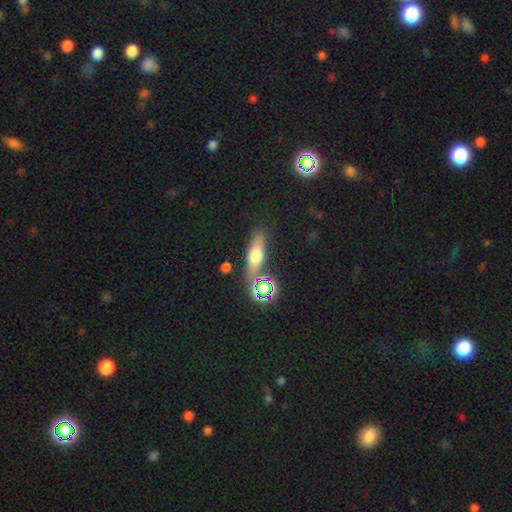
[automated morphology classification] A smooth galaxy with no disk features (51%) that is cigar-shaped (49%).

Vote fractions:
- Smooth or featured? smooth: 51% / featured or disk: 32% / star or artifact: 16%
- How rounded? cigar-shaped: 49% / in between: 41% / round: 10%
- Merging? none: 78% / minor disturbance: 12% / merger: 7% / major disturbance: 4%